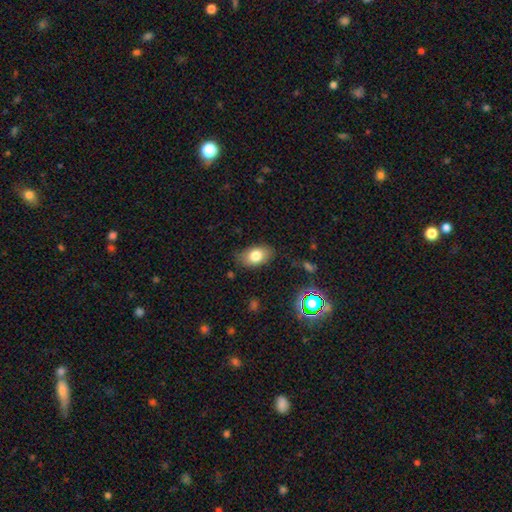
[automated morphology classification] smooth-or-featured: smooth: 79% | featured or disk: 12% | star or artifact: 9%
  how-rounded: in between: 88% | round: 11% | cigar-shaped: 1%
  merging: none: 82% | minor disturbance: 14% | major disturbance: 3% | merger: 1%